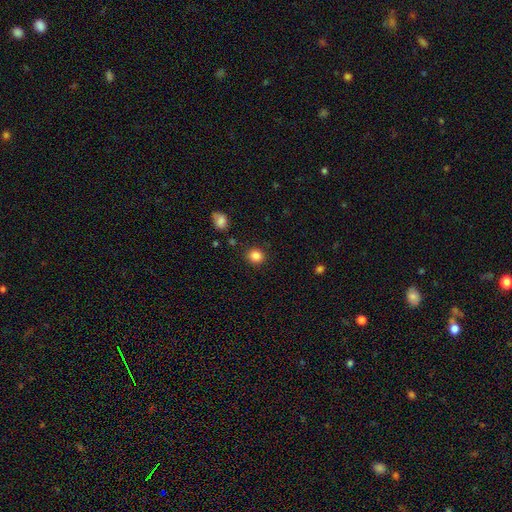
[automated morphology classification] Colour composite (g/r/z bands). It shows a smooth galaxy with no disk features (85%) that is round (80%). Merging: none (87%).